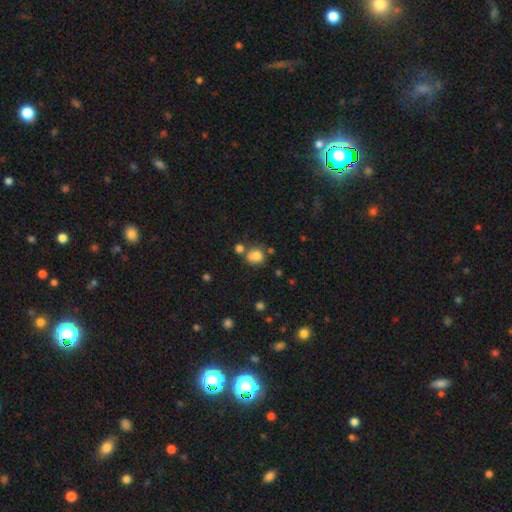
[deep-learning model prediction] Smooth or featured? Predicted: smooth (p=0.79). How rounded? Predicted: round (p=0.70). Merging? Predicted: none (p=0.54).